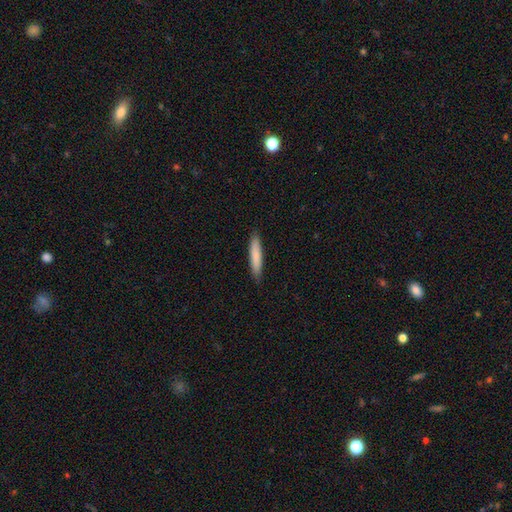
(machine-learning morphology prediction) A smooth galaxy with no disk features (82%) that is cigar-shaped (90%).

Vote fractions:
- Smooth or featured? smooth: 82% / featured or disk: 13% / star or artifact: 6%
- How rounded? cigar-shaped: 90% / in between: 8% / round: 1%
- Merging? none: 89% / minor disturbance: 9% / major disturbance: 2% / merger: 1%